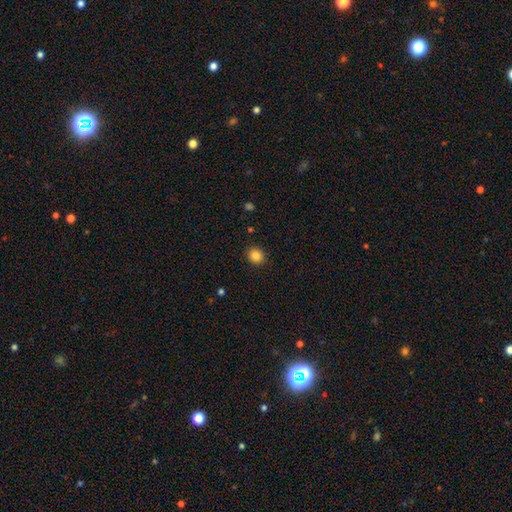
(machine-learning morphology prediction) The model was most divided on "how rounded": round: 80%, in between: 19%, cigar-shaped: 1%. More confident: merging — none (90%); smooth or featured — smooth (85%).